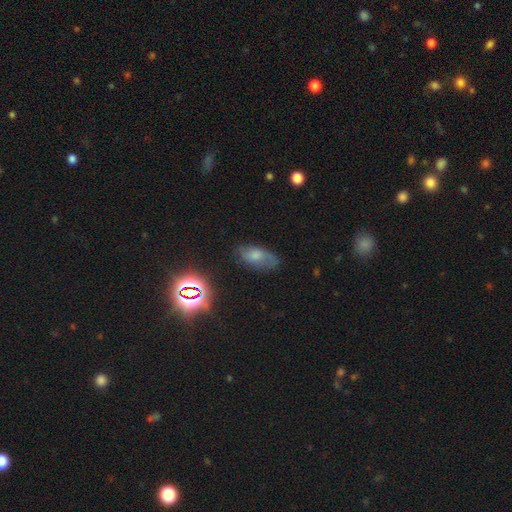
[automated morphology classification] A smooth galaxy with no disk features (57%) that is in between round and cigar-shaped (89%). Merging: none (66%).